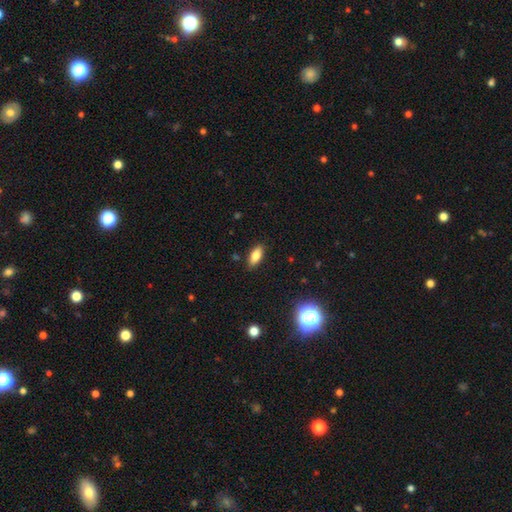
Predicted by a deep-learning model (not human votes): Smooth or featured? smooth (81%)
How rounded? in between (85%)
Merging? none (88%)